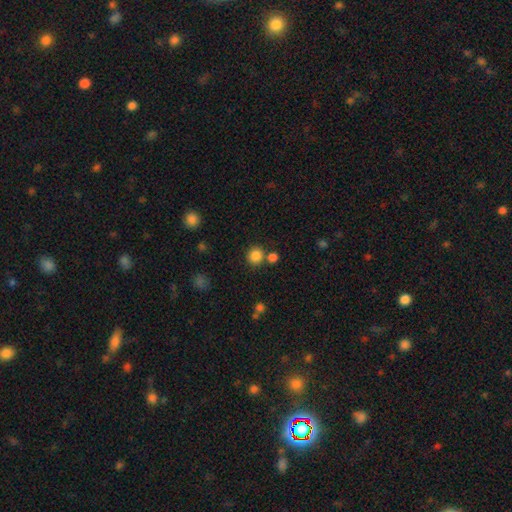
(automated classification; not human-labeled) The model was most divided on "merging": none: 75%, merger: 14%, minor disturbance: 8%, major disturbance: 3%. More confident: how rounded — round (89%); smooth or featured — smooth (84%).